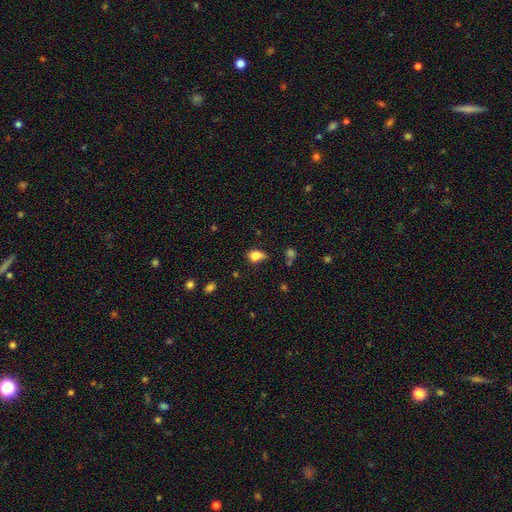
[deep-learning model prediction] The model was most divided on "merging": none: 43%, minor disturbance: 37%, major disturbance: 14%, merger: 6%. More confident: smooth or featured — smooth (81%); how rounded — in between (76%).